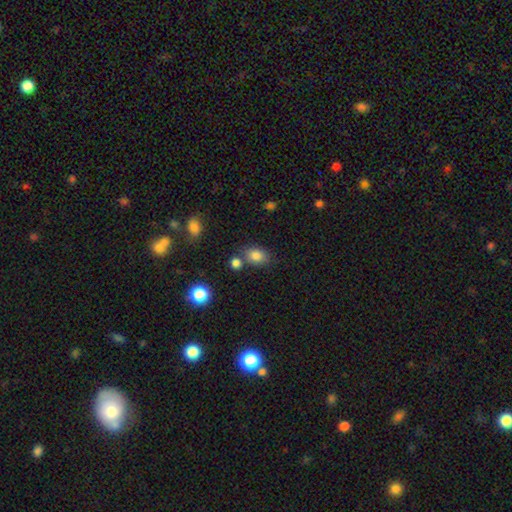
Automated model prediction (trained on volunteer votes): smooth 83%, star or artifact 11%, featured or disk 6%. Down the decision tree: how rounded — in between (64%); merging — none (65%).